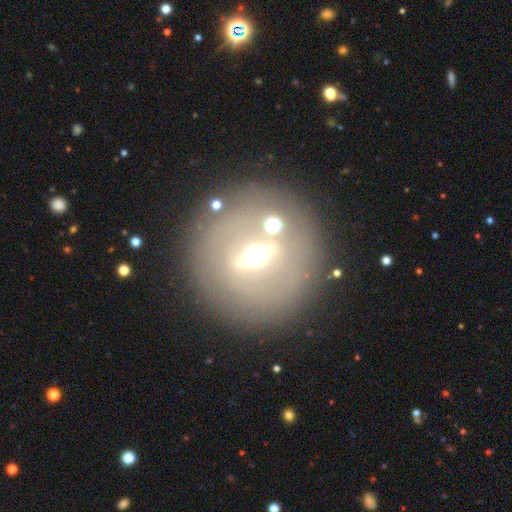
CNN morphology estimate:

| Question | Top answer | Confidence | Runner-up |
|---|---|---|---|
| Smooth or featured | featured or disk | 69% | smooth (19%) |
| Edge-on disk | no | 55% | yes (45%) |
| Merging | none | 80% | minor disturbance (10%) |